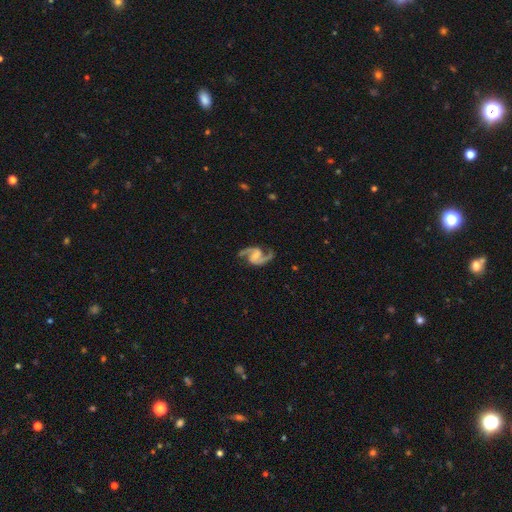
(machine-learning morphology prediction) Smooth or featured? Predicted: featured or disk (p=0.93). Edge-on disk? Predicted: no (p=0.98). Bar? Predicted: weak (p=0.46). Spiral arms? Predicted: yes (p=0.98). Spiral winding? Predicted: medium (p=0.56). Spiral arm count? Predicted: 2 (p=0.95). Bulge size? Predicted: none (p=0.38). Merging? Predicted: none (p=0.80).